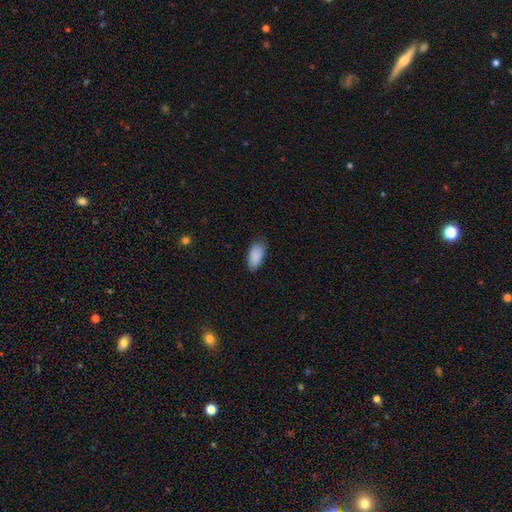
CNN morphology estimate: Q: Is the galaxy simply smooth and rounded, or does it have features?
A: smooth — 89%.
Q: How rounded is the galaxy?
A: in between — 92%.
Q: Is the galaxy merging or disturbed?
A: none — 80%.